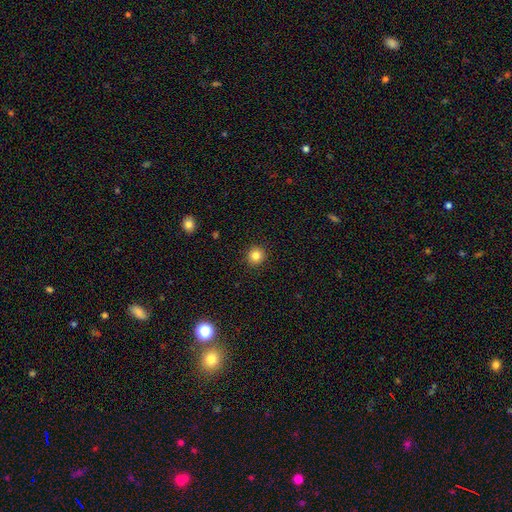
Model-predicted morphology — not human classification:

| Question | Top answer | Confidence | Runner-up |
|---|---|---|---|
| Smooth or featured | smooth | 83% | star or artifact (11%) |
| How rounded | round | 92% | in between (7%) |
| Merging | none | 92% | minor disturbance (5%) |